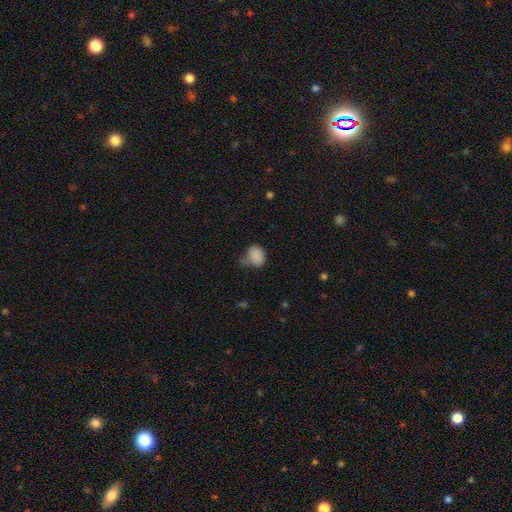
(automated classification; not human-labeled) Smooth or featured: smooth — 86% (star or artifact — 9%)
How rounded: in between — 54% (round — 45%)
Merging: none — 49% (minor disturbance — 29%)